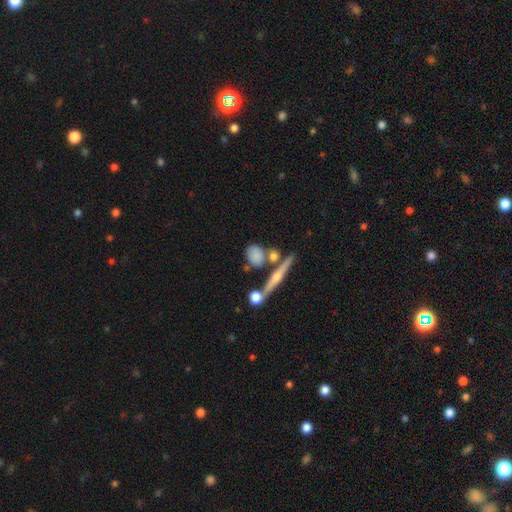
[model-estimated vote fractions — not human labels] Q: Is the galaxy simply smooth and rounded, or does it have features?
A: smooth — 71%.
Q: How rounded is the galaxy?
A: in between — 48%.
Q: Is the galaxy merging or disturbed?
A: none — 57%.